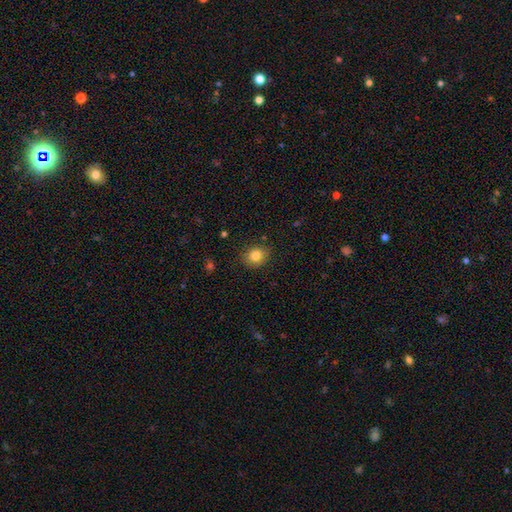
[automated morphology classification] type=smooth (83%); roundness=round (74%); merging=none (86%).